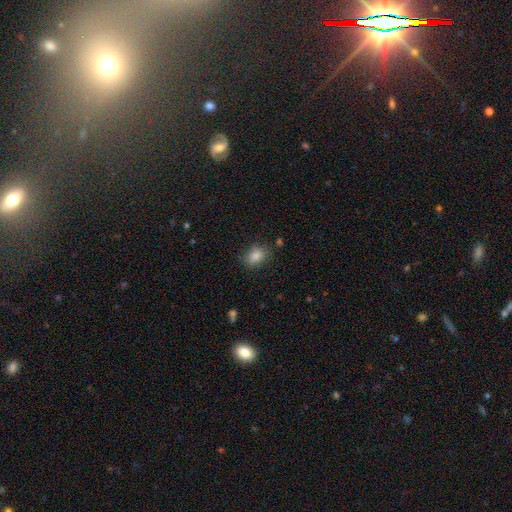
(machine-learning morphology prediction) Q: Smooth or featured?
A: smooth (84%); runner-up: star or artifact (10%)
Q: How rounded?
A: in between (73%); runner-up: round (26%)
Q: Merging?
A: none (82%); runner-up: minor disturbance (13%)